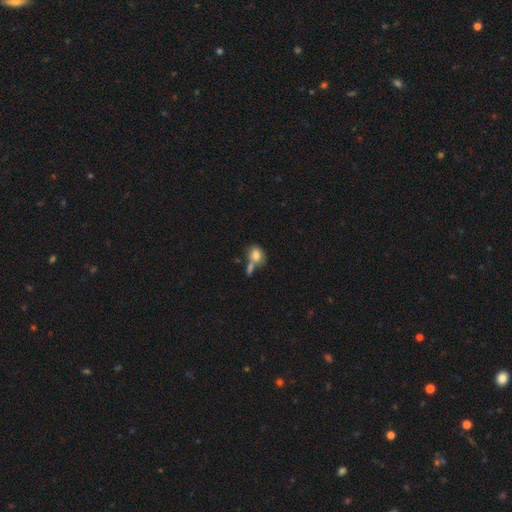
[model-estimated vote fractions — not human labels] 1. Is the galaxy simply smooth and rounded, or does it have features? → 77% smooth, 14% featured or disk, 9% star or artifact.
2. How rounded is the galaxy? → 60% in between, 38% round, 2% cigar-shaped.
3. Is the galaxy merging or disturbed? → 39% none (tied), 39% merger (tied), 15% minor disturbance, 7% major disturbance.